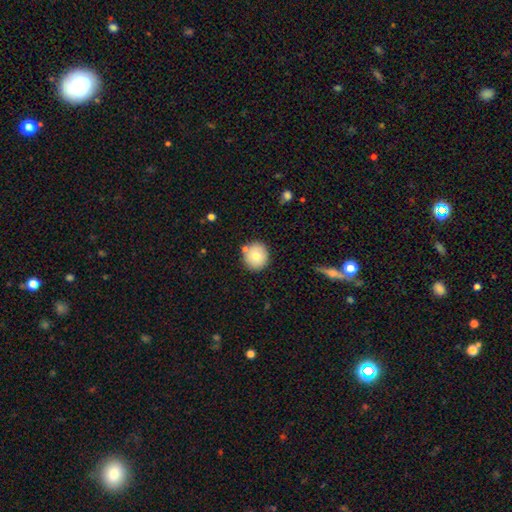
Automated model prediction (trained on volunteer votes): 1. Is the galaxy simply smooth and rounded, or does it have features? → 75% smooth, 16% featured or disk, 9% star or artifact.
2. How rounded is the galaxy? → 92% round, 7% in between, 1% cigar-shaped.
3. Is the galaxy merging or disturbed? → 82% none, 9% minor disturbance, 7% merger, 2% major disturbance.